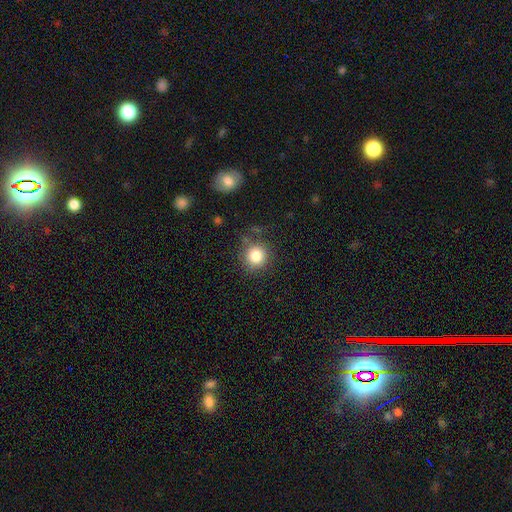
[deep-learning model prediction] The model was most divided on "merging": none: 80%, minor disturbance: 12%, major disturbance: 4%, merger: 4%. More confident: how rounded — round (91%); smooth or featured — smooth (83%).